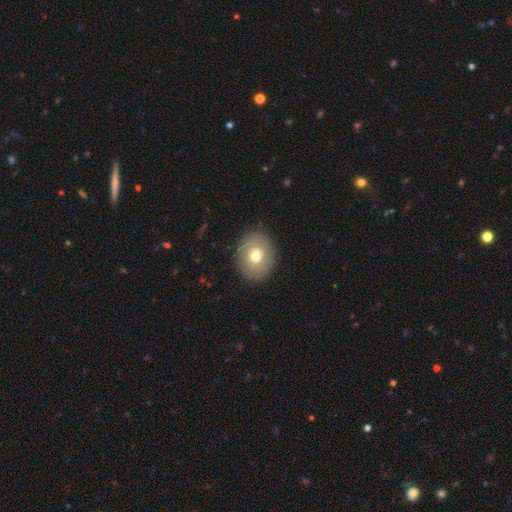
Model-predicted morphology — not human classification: Q: Smooth or featured?
A: smooth (72%); runner-up: featured or disk (19%)
Q: How rounded?
A: in between (54%); runner-up: round (45%)
Q: Merging?
A: none (88%); runner-up: minor disturbance (8%)